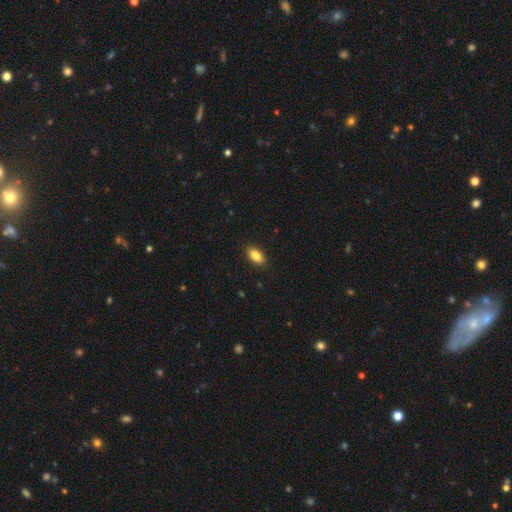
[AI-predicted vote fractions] This is clearly a smooth galaxy (85%). How rounded: clearly in between (90%). Merging: clearly none (88%).